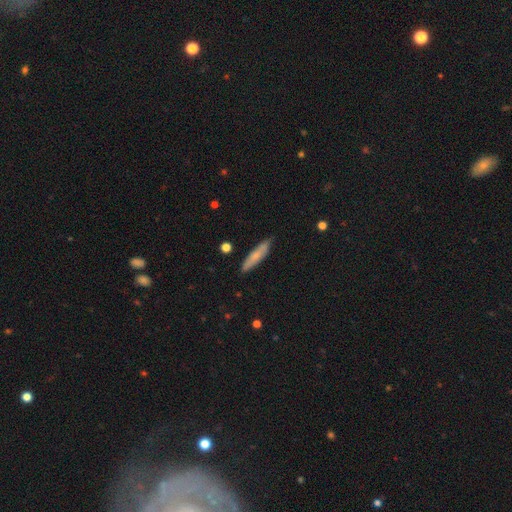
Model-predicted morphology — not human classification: A smooth galaxy with no disk features (65%) that is cigar-shaped (81%). Merging: none (84%).